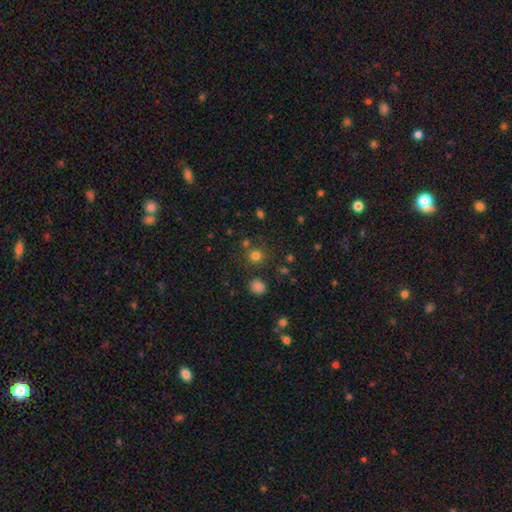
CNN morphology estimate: Overall: smooth (76%). How rounded: round (90%). Merging: none (79%).